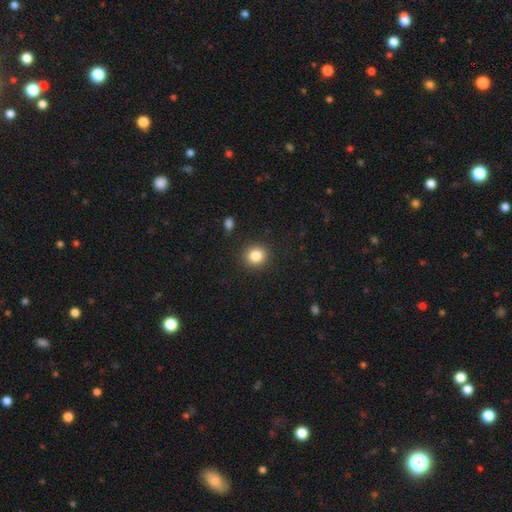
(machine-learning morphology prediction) Smooth or featured? Predicted: smooth (p=0.84). How rounded? Predicted: round (p=0.87). Merging? Predicted: none (p=0.90).